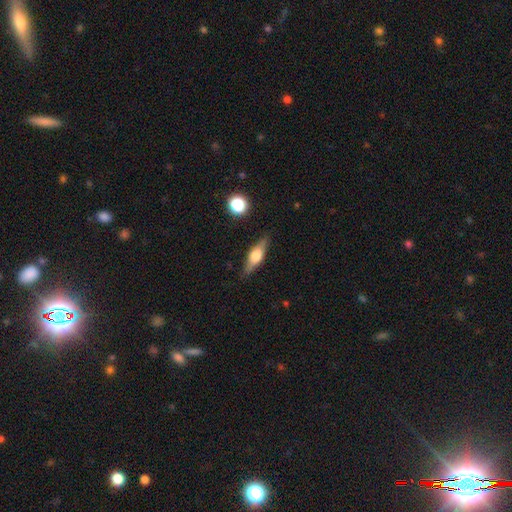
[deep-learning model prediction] smooth_or_featured: featured or disk (p=0.51) [alt: smooth p=0.41]
disk_edge_on: yes (p=0.91) [alt: no p=0.09]
merging: none (p=0.84) [alt: minor disturbance p=0.11]